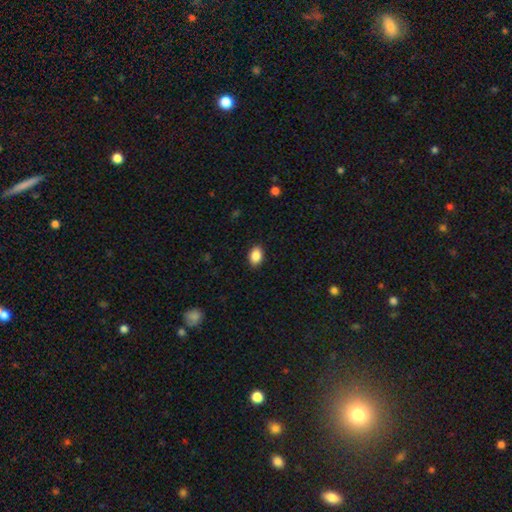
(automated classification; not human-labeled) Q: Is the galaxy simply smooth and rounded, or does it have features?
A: smooth — 88%.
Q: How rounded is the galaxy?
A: in between — 82%.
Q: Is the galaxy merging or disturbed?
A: none — 89%.